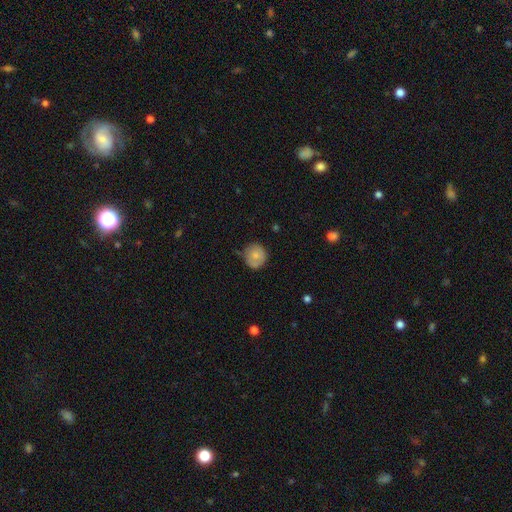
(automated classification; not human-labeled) This is likely a smooth galaxy (77%). How rounded: clearly round (91%). Merging: likely none (65%).